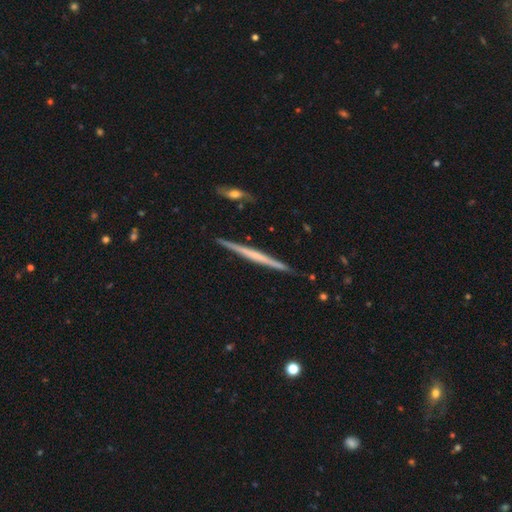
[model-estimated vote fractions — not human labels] Smooth or featured? Predicted: featured or disk (p=0.64). Edge-on disk? Predicted: yes (p=0.98). Edge-on bulge? Predicted: none (p=0.75). Merging? Predicted: none (p=0.91).